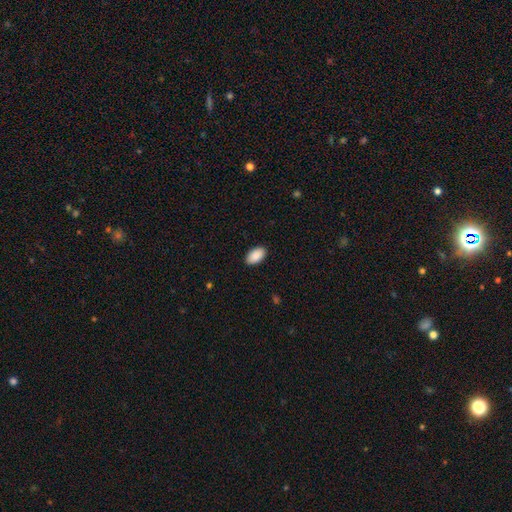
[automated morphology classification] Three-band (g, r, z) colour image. It shows a smooth galaxy with no disk features (89%) that is in between round and cigar-shaped (95%). Merging: none (90%).